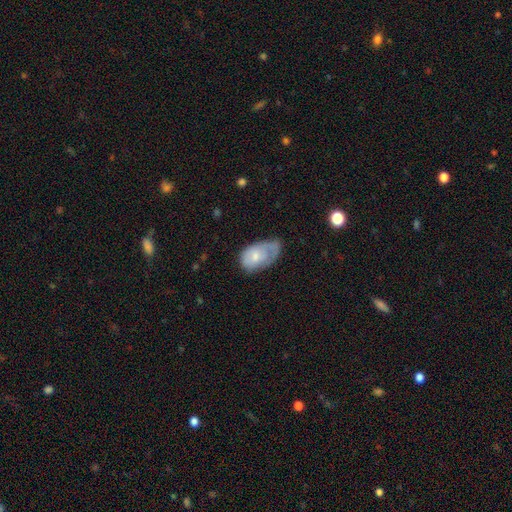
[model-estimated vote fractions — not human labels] Overall: smooth (63%; featured or disk 31%). How rounded: in between (92%). Merging: minor disturbance (40%; none 29%).